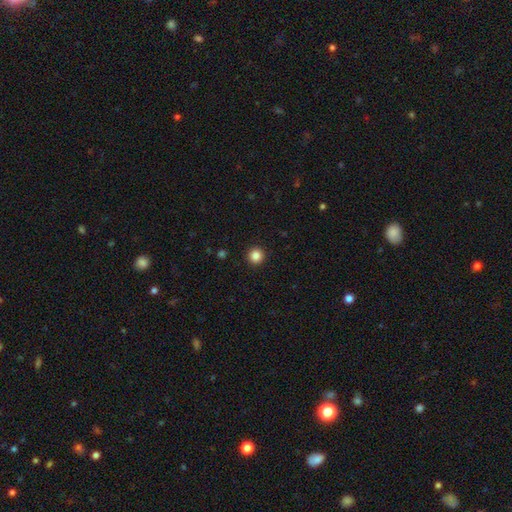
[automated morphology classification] Smooth or featured? Predicted: smooth (p=0.86). How rounded? Predicted: round (p=0.95). Merging? Predicted: none (p=0.93).